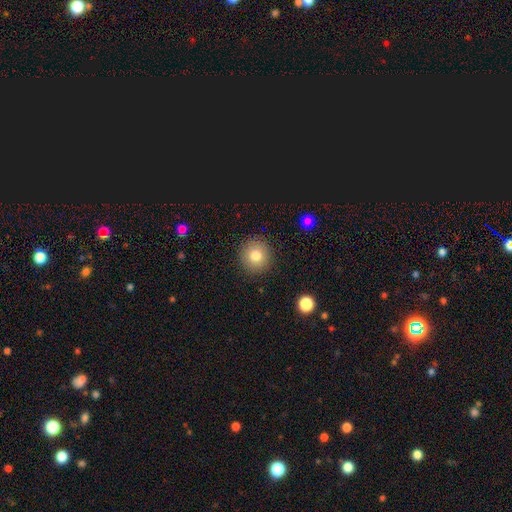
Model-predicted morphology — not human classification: This is likely a smooth galaxy (80%). How rounded: clearly round (93%). Merging: clearly none (91%).